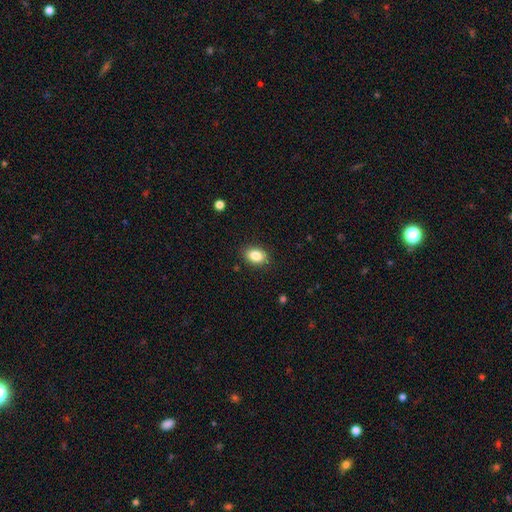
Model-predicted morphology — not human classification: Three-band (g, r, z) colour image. It shows a smooth galaxy with no disk features (86%) that is in between round and cigar-shaped (80%). Merging: none (87%).